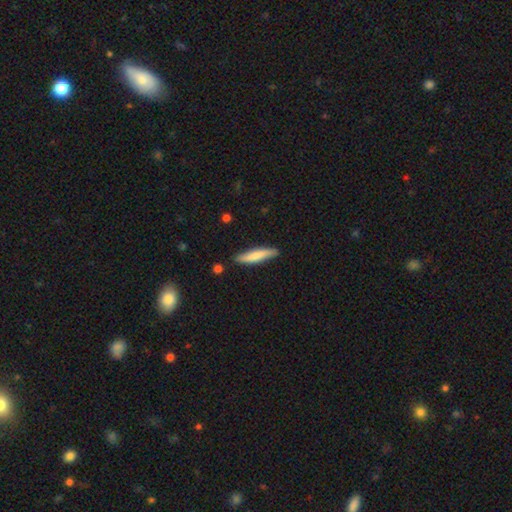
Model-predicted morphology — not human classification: type=smooth (72%); roundness=cigar-shaped (87%); merging=none (83%).